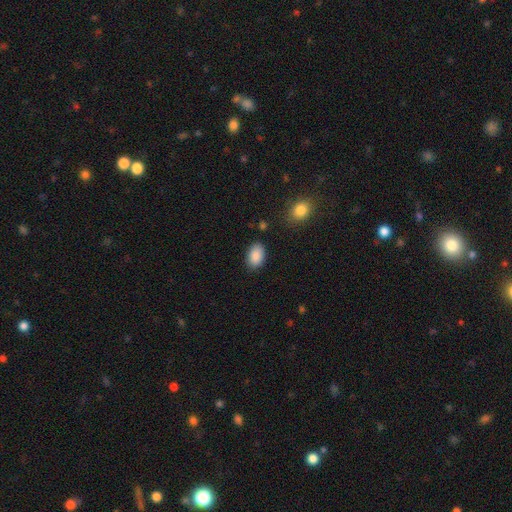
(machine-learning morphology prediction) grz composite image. It shows a smooth galaxy with no disk features (89%) that is in between round and cigar-shaped (90%). Merging: none (83%).